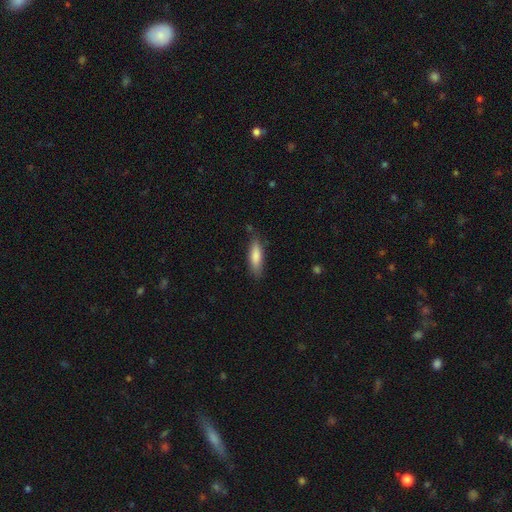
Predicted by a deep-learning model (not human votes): A smooth galaxy with no disk features (80%) that is cigar-shaped (57%). Merging: none (79%).